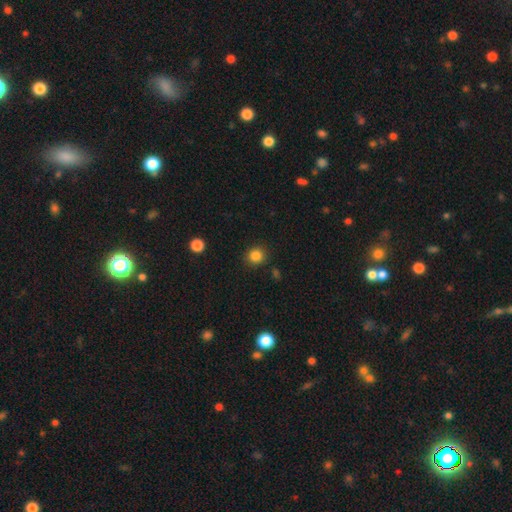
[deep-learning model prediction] smooth_or_featured: smooth (p=0.84) [alt: star or artifact p=0.12]
how_rounded: round (p=0.88) [alt: in between p=0.11]
merging: none (p=0.89) [alt: minor disturbance p=0.07]